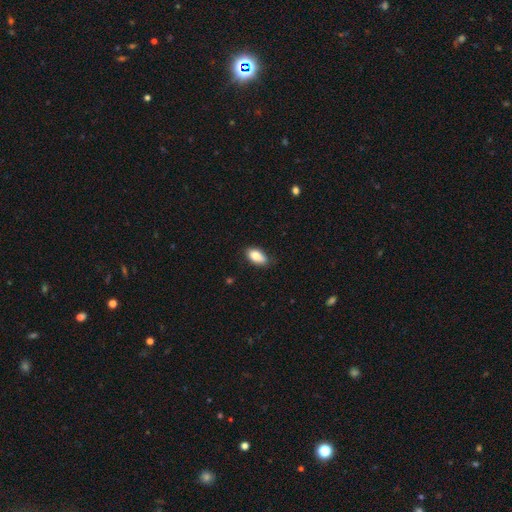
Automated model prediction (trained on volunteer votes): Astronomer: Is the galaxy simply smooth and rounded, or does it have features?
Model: smooth — 83%.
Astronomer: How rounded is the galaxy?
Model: in between — 91%.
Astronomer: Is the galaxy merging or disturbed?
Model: none — 79%.